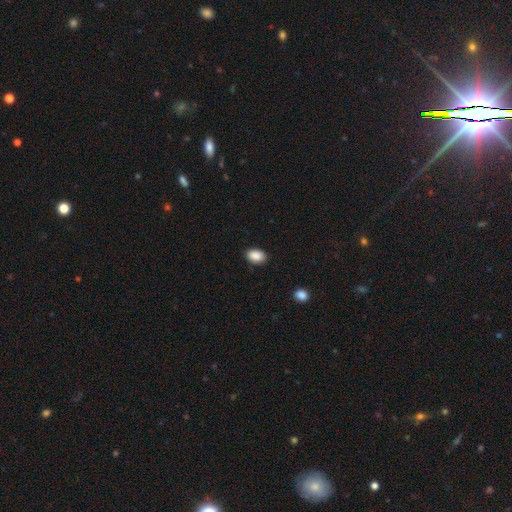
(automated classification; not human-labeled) The model was most divided on "how rounded": in between: 82%, round: 17%, cigar-shaped: 1%. More confident: smooth or featured — smooth (89%); merging — none (87%).